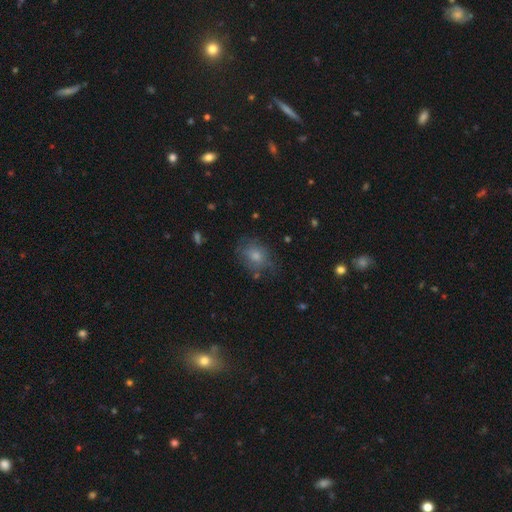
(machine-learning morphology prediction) Smooth or featured?
  - smooth: 70% *
  - featured or disk: 20%
  - star or artifact: 10%
How rounded?
  - in between: 52% *
  - round: 46%
  - cigar-shaped: 1%
Merging?
  - none: 61% *
  - minor disturbance: 25%
  - major disturbance: 12%
  - merger: 3%